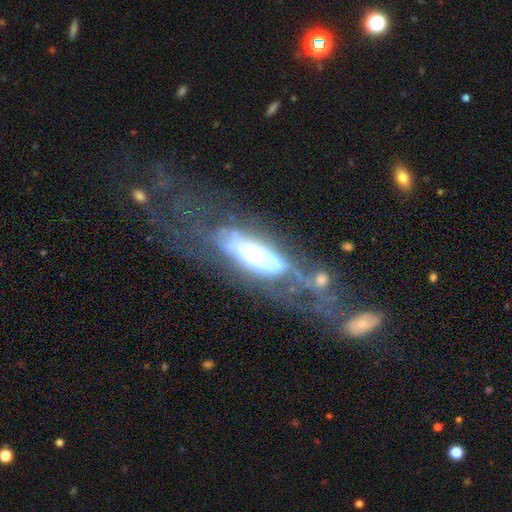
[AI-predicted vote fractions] Smooth or featured? Predicted: featured or disk (p=0.73). Edge-on disk? Predicted: no (p=0.83). Bar? Predicted: no (p=0.74). Spiral arms? Predicted: yes (p=0.59). Bulge size? Predicted: moderate (p=0.50). Merging? Predicted: major disturbance (p=0.37).